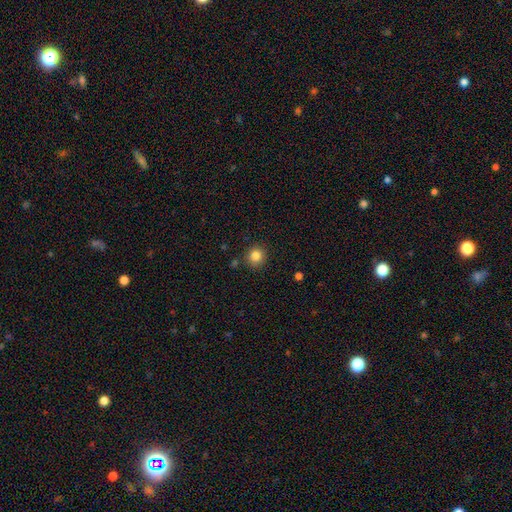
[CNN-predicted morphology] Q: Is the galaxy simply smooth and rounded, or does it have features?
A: smooth — 84%.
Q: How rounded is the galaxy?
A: round — 92%.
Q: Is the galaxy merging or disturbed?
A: none — 88%.